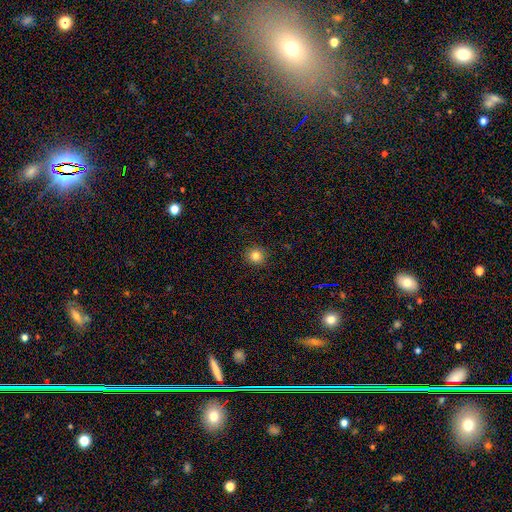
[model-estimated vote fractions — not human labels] Smooth or featured? Predicted: smooth (p=0.82). How rounded? Predicted: round (p=0.91). Merging? Predicted: none (p=0.91).